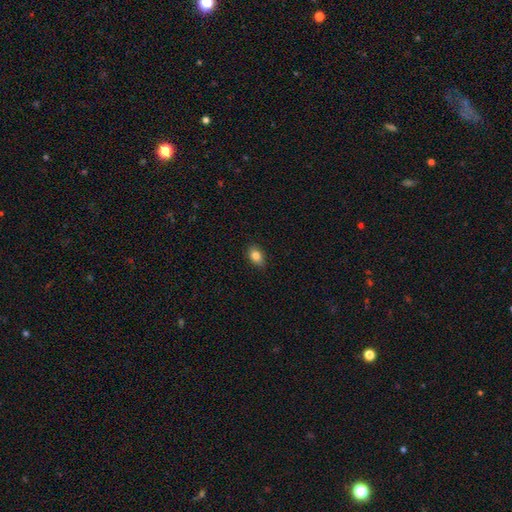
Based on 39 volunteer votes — This is clearly a smooth galaxy (82%). How rounded: likely in between (75%). Merging: likely none (75%).